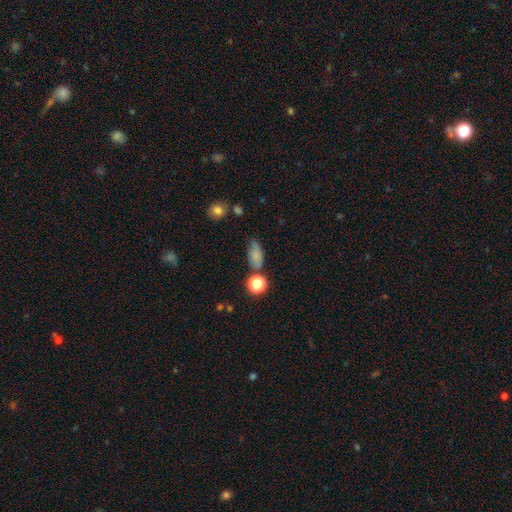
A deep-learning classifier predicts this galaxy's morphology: type=smooth (75%); roundness=in between (80%); merging=none (54%).